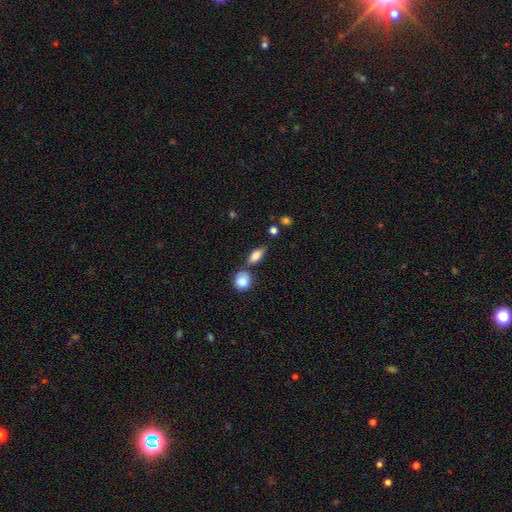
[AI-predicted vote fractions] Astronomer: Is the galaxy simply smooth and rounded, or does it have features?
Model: smooth — 75%.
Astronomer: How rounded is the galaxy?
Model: in between — 76%.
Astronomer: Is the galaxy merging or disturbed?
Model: none — 64%.